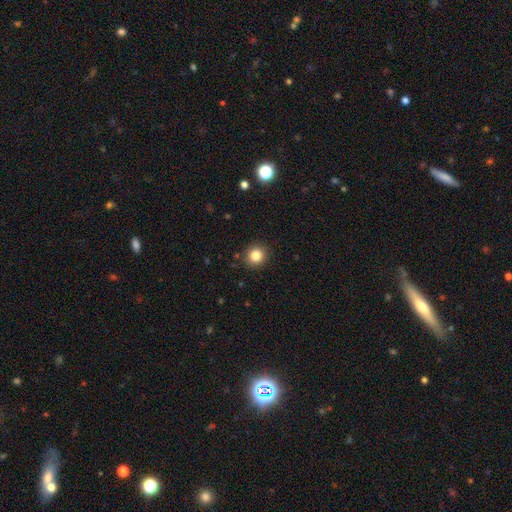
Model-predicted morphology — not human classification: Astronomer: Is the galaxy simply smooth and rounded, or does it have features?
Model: smooth — 84%.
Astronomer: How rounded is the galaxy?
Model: round — 90%.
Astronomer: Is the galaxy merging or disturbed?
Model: none — 90%.